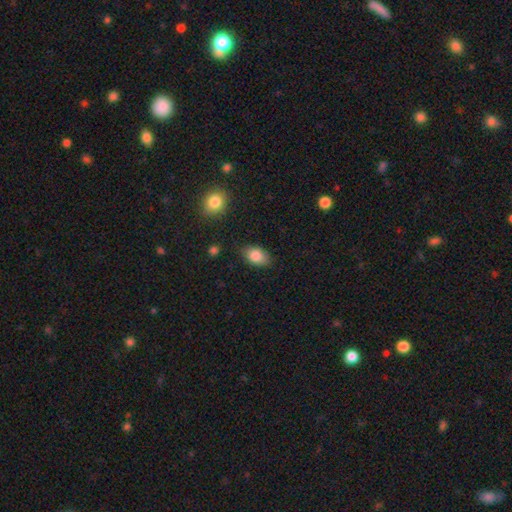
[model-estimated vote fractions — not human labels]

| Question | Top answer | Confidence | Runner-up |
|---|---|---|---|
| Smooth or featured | smooth | 85% | star or artifact (8%) |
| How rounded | in between | 88% | round (11%) |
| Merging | none | 81% | minor disturbance (15%) |